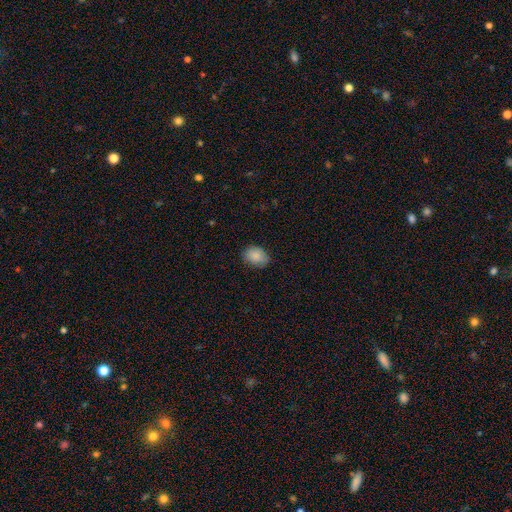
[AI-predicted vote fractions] A smooth galaxy with no disk features (86%) that is in between round and cigar-shaped (61%).

Vote fractions:
- Smooth or featured? smooth: 86% / star or artifact: 8% / featured or disk: 6%
- How rounded? in between: 61% / round: 38% / cigar-shaped: 1%
- Merging? none: 76% / minor disturbance: 19% / major disturbance: 4% / merger: 1%